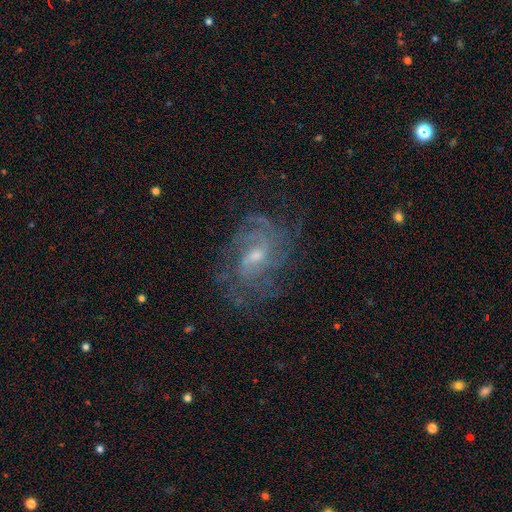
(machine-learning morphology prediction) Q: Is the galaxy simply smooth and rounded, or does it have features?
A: featured or disk — 80%.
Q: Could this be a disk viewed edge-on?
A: no — 96%.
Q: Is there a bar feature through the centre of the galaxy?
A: weak — 53%.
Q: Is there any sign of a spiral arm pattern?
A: yes — 94%.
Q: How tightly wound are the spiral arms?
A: tight — 46%.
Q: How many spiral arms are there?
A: can't tell — 37%.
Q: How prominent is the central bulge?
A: small — 51%.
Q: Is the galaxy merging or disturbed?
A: none — 71%.